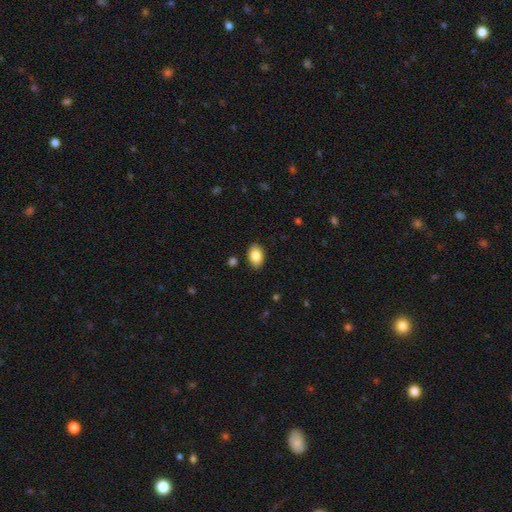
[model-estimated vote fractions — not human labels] smooth 85%, featured or disk 8%, star or artifact 7%. Down the decision tree: how rounded — in between (87%); merging — none (87%).